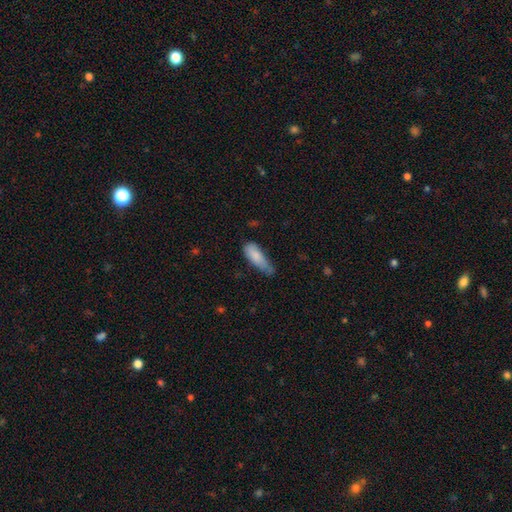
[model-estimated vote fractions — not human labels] Smooth or featured? Predicted: smooth (p=0.83). How rounded? Predicted: in between (p=0.67). Merging? Predicted: minor disturbance (p=0.47).